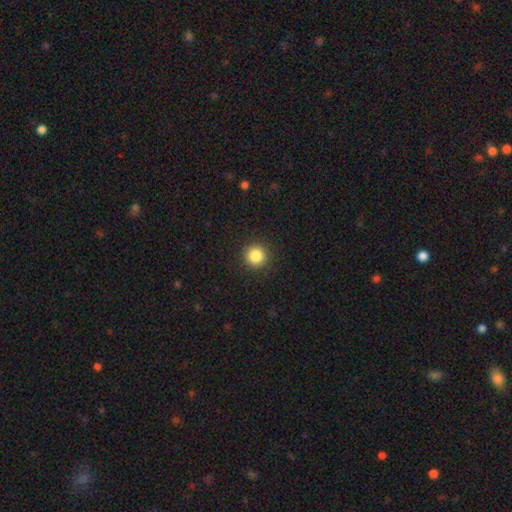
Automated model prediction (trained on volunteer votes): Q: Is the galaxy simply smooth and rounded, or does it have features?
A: smooth — 85%.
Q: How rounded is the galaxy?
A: round — 95%.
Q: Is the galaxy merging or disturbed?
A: none — 92%.